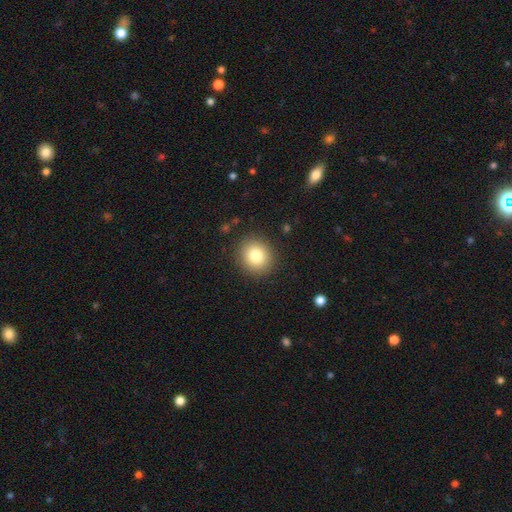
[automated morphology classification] This appears to be a smooth galaxy with no disk features (82%) that is round (85%). Merging: none (89%).